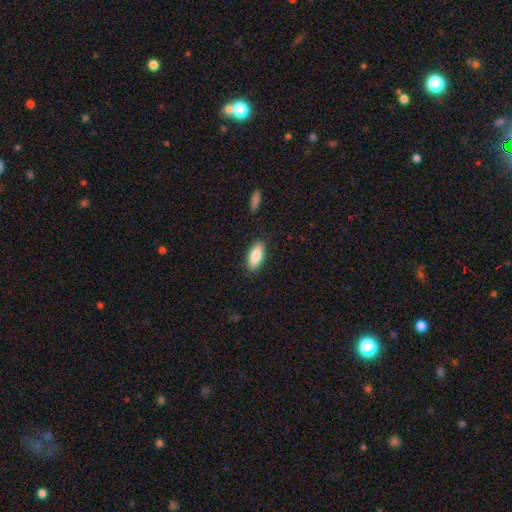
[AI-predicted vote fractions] smooth-or-featured: smooth: 86% | featured or disk: 8% | star or artifact: 6%
  how-rounded: in between: 84% | cigar-shaped: 13% | round: 2%
  merging: none: 87% | minor disturbance: 9% | major disturbance: 2% | merger: 2%